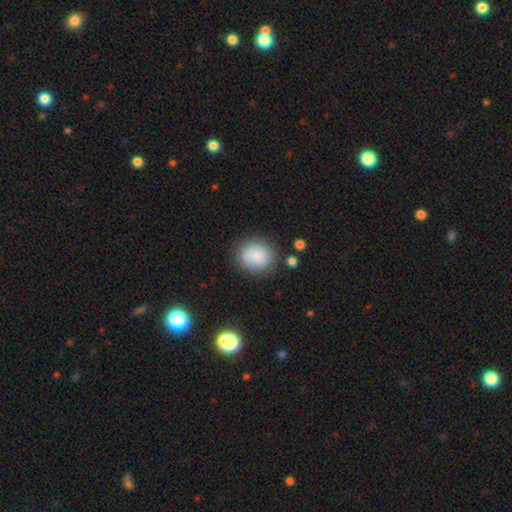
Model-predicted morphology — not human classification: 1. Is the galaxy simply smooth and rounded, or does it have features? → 79% smooth, 13% featured or disk, 8% star or artifact.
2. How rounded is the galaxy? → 76% round, 23% in between, 1% cigar-shaped.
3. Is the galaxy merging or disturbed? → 78% none, 14% minor disturbance, 4% major disturbance, 4% merger.